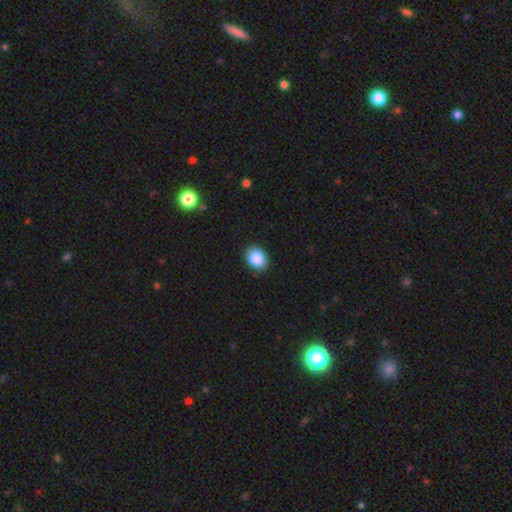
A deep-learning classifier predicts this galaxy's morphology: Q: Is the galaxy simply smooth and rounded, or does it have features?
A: smooth — 89%.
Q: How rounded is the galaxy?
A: in between — 63%.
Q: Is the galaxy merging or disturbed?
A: none — 88%.